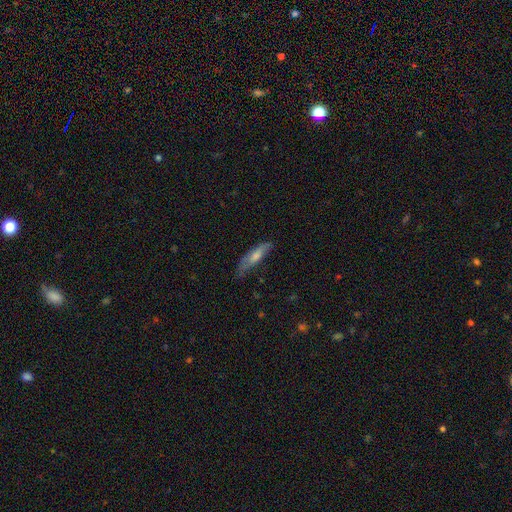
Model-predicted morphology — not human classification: Smooth or featured? smooth (49%)
Merging? none (67%)